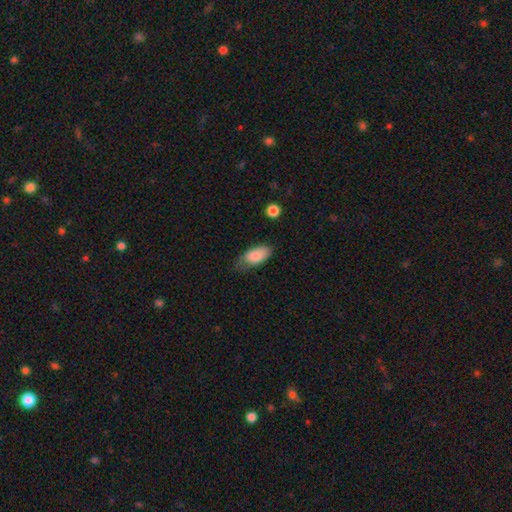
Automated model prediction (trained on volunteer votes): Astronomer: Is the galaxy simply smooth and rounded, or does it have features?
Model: smooth — 83%.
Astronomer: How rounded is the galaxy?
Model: in between — 90%.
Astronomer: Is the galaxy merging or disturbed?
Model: none — 47% (runner-up: minor disturbance, 38%).